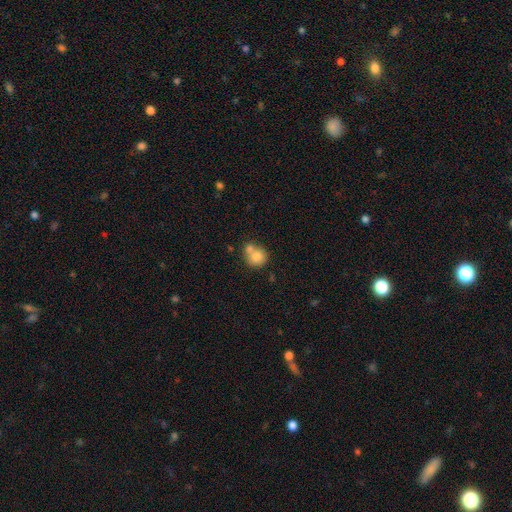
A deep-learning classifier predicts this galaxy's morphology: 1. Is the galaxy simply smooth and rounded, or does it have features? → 79% smooth, 12% featured or disk, 9% star or artifact.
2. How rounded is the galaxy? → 83% round, 16% in between, 1% cigar-shaped.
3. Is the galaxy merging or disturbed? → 45% merger, 40% none, 11% minor disturbance, 4% major disturbance.